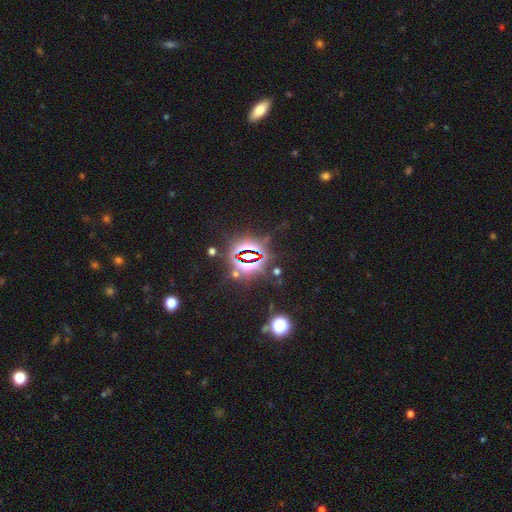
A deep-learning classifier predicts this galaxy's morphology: Q: Smooth or featured?
A: star or artifact (82%); runner-up: smooth (10%)